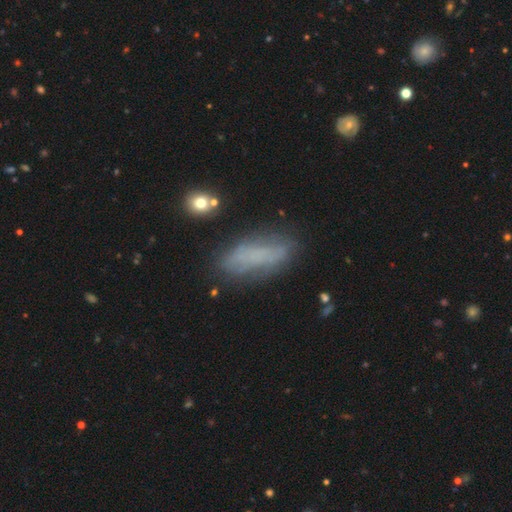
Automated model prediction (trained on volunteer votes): Smooth or featured?
  - smooth: 57% *
  - featured or disk: 32%
  - star or artifact: 11%
How rounded?
  - in between: 60% *
  - cigar-shaped: 37%
  - round: 3%
Merging?
  - none: 67% *
  - minor disturbance: 21%
  - major disturbance: 8%
  - merger: 4%